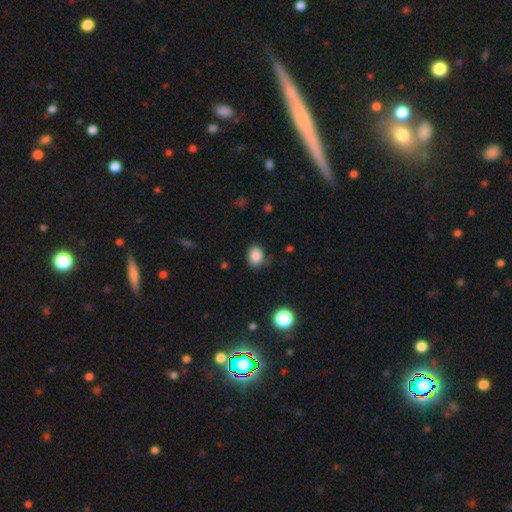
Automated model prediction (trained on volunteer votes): This appears to be a smooth galaxy with no disk features (86%) that is in between round and cigar-shaped (50%). Merging: none (75%).